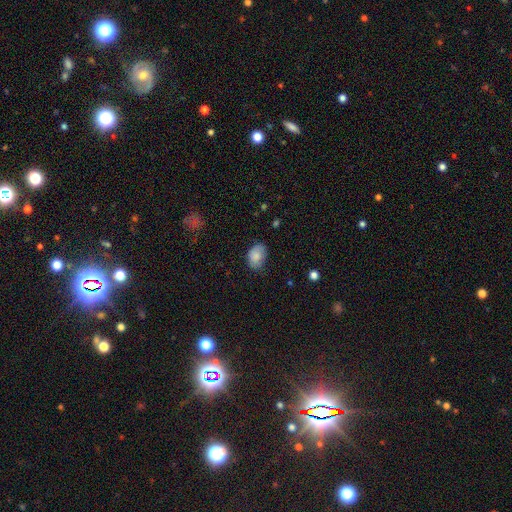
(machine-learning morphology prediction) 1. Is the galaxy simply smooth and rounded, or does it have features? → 83% smooth, 9% featured or disk, 8% star or artifact.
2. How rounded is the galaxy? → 79% in between, 20% round, 1% cigar-shaped.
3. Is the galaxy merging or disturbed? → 61% none, 30% minor disturbance, 7% major disturbance, 1% merger.